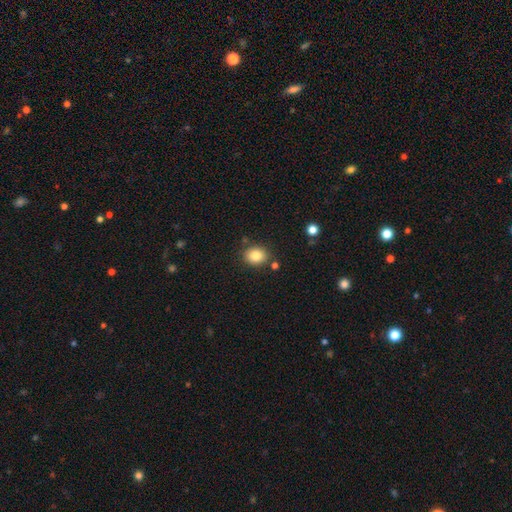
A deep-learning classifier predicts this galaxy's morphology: smooth_or_featured: smooth (p=0.84) [alt: star or artifact p=0.09]
how_rounded: round (p=0.55) [alt: in between p=0.44]
merging: none (p=0.82) [alt: minor disturbance p=0.10]